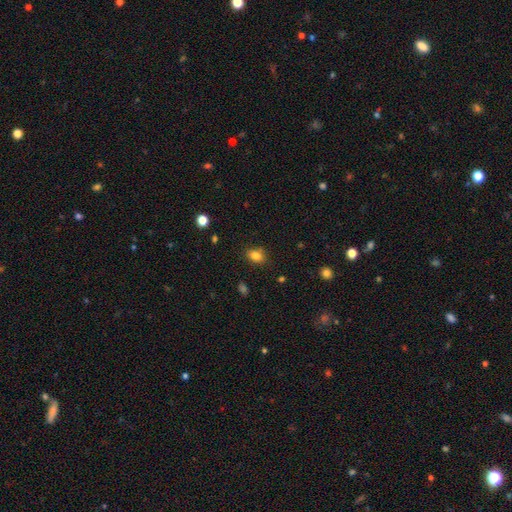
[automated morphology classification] A smooth galaxy with no disk features (82%) that is in between round and cigar-shaped (66%).

Vote fractions:
- Smooth or featured? smooth: 82% / star or artifact: 12% / featured or disk: 6%
- How rounded? in between: 66% / round: 32% / cigar-shaped: 1%
- Merging? none: 82% / minor disturbance: 13% / major disturbance: 3% / merger: 2%